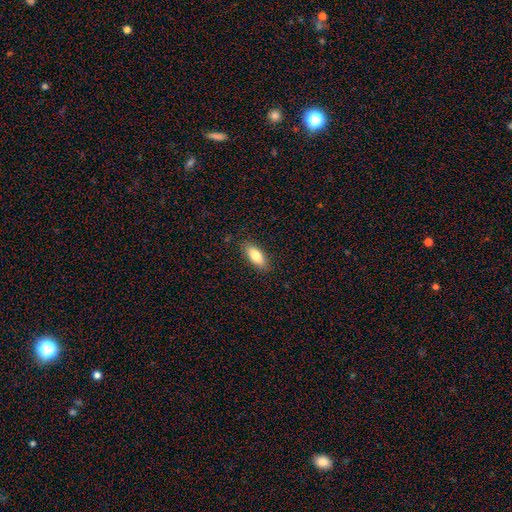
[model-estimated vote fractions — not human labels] Smooth or featured? Predicted: smooth (p=0.82). How rounded? Predicted: in between (p=0.80). Merging? Predicted: none (p=0.87).